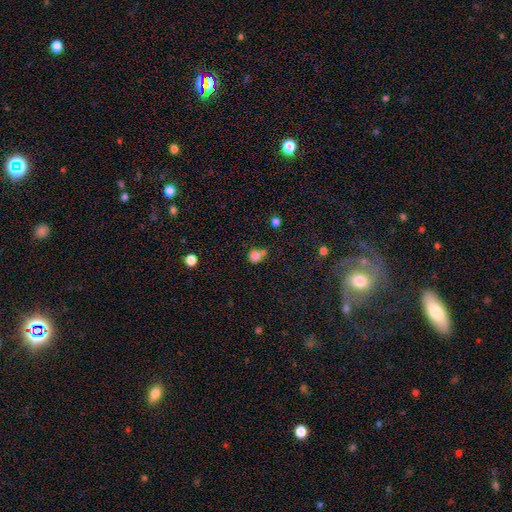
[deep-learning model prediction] smooth-or-featured: smooth: 81% | star or artifact: 12% | featured or disk: 7%
  how-rounded: round: 79% | in between: 20% | cigar-shaped: 1%
  merging: none: 49% | merger: 32% | minor disturbance: 14% | major disturbance: 5%